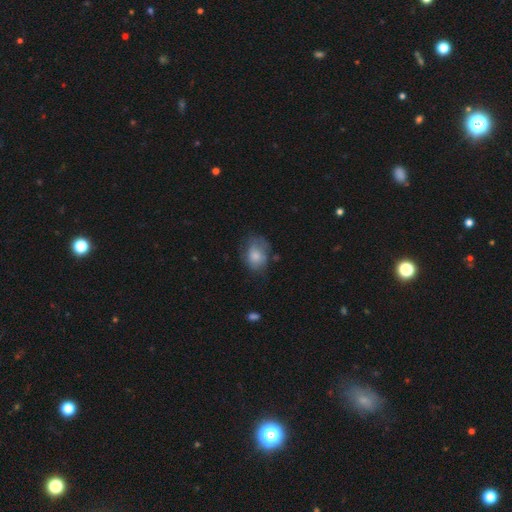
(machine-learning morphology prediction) The model was most divided on "merging": none: 49%, minor disturbance: 32%, major disturbance: 17%, merger: 3%. More confident: smooth or featured — smooth (74%); how rounded — in between (71%).